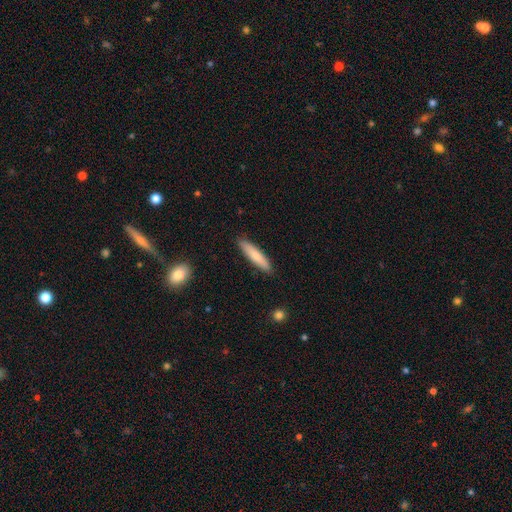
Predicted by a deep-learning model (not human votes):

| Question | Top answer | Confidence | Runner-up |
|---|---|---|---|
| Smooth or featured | smooth | 76% | featured or disk (18%) |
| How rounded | cigar-shaped | 84% | in between (15%) |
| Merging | none | 89% | minor disturbance (8%) |